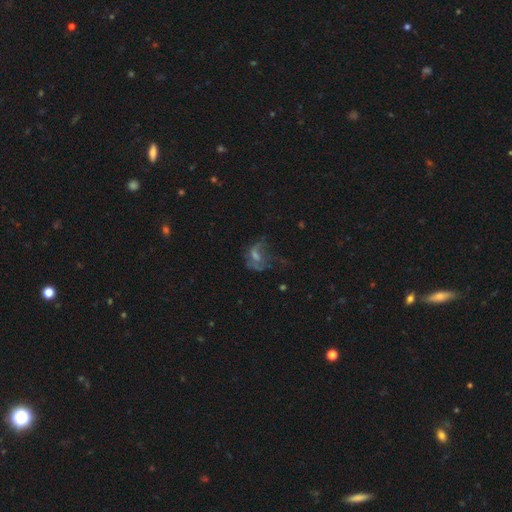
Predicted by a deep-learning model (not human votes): A featured or disk galaxy (51%). Merging: major disturbance (41%).